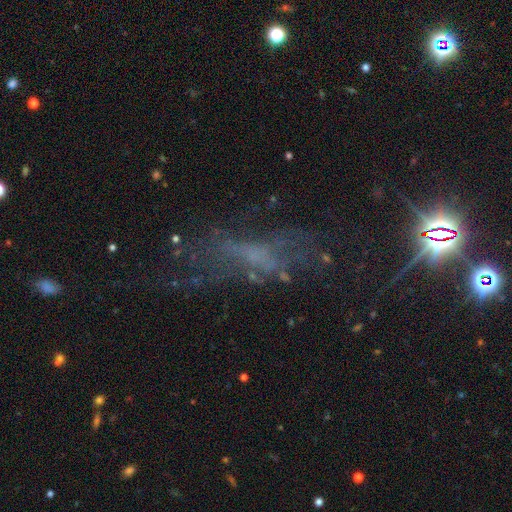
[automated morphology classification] The model was most divided on "smooth or featured": featured or disk: 44%, star or artifact: 33%, smooth: 23%. Remaining: merging — none (48%).